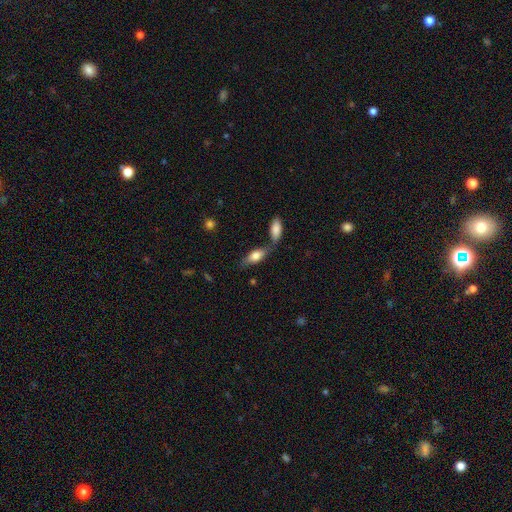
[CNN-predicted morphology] A smooth galaxy with no disk features (73%) that is in between round and cigar-shaped (76%). Merging: none (57%).